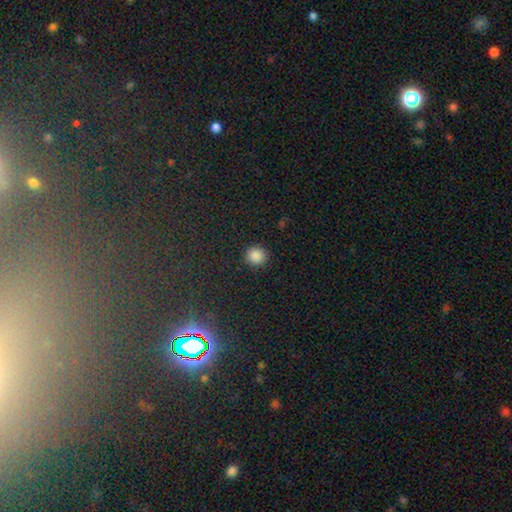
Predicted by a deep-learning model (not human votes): smooth-or-featured: smooth: 86% | star or artifact: 11% | featured or disk: 3%
  how-rounded: round: 92% | in between: 7% | cigar-shaped: 1%
  merging: none: 90% | minor disturbance: 7% | major disturbance: 2% | merger: 1%